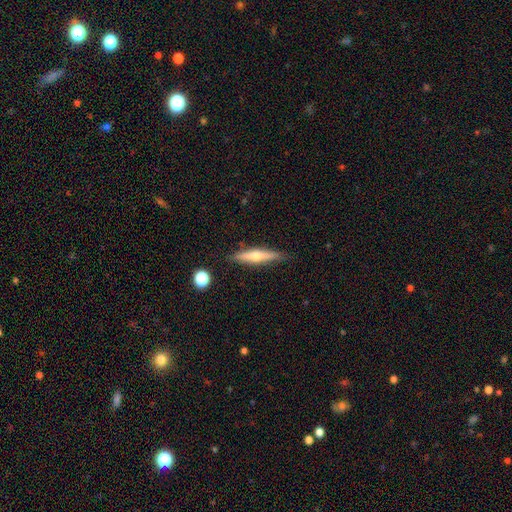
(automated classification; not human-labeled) Smooth or featured? Predicted: featured or disk (p=0.57). Edge-on disk? Predicted: yes (p=0.94). Edge-on bulge? Predicted: rounded (p=0.88). Merging? Predicted: none (p=0.86).